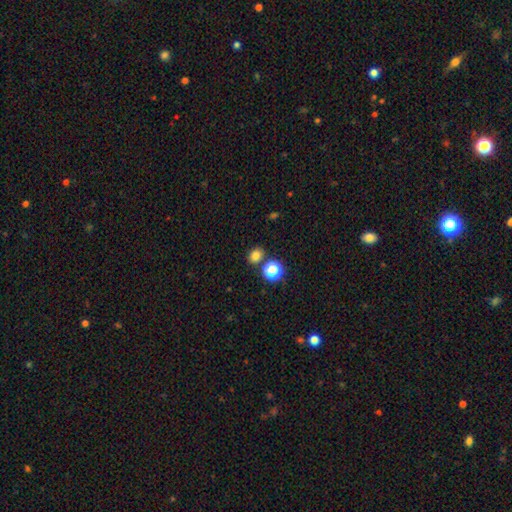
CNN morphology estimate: A smooth galaxy with no disk features (77%) that is round (59%). Merging: none (78%).